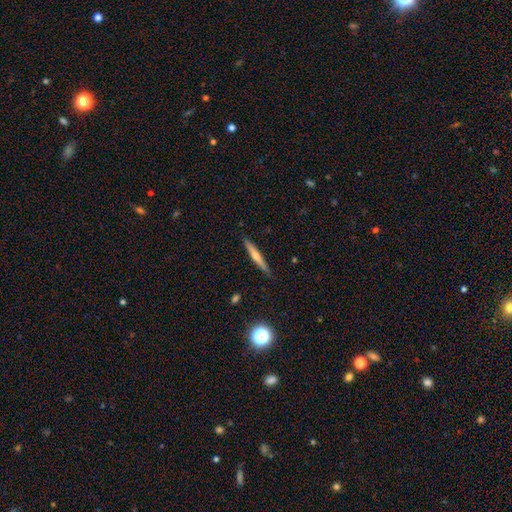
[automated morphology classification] type=featured or disk (50%); edge-on=yes (96%); merging=none (87%).